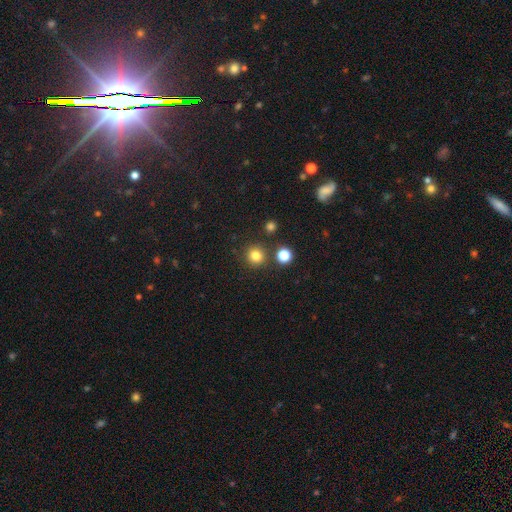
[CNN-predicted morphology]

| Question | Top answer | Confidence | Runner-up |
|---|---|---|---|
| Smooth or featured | smooth | 81% | star or artifact (14%) |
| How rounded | round | 93% | in between (6%) |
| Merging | none | 86% | minor disturbance (7%) |